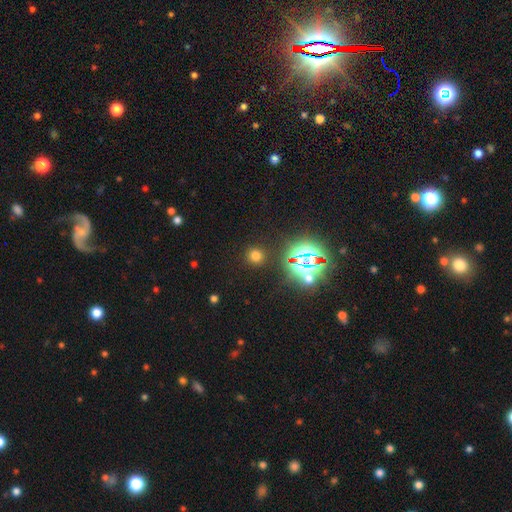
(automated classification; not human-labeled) Smooth or featured: smooth — 64% (star or artifact — 29%)
How rounded: round — 91% (in between — 8%)
Merging: none — 89% (minor disturbance — 6%)